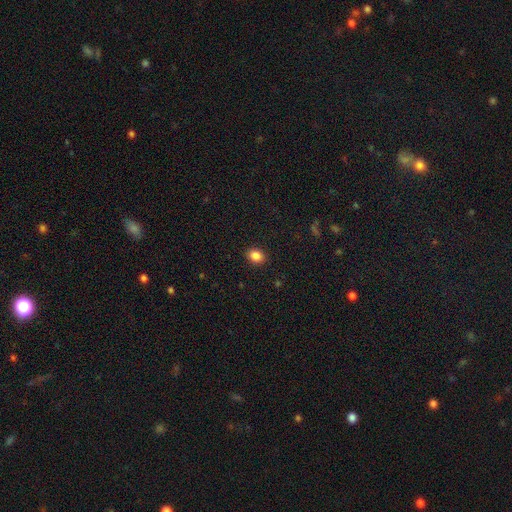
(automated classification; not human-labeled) Smooth or featured?
  - smooth: 86% *
  - star or artifact: 10%
  - featured or disk: 4%
How rounded?
  - in between: 57% *
  - round: 42%
  - cigar-shaped: 1%
Merging?
  - none: 90% *
  - minor disturbance: 7%
  - major disturbance: 2%
  - merger: 1%